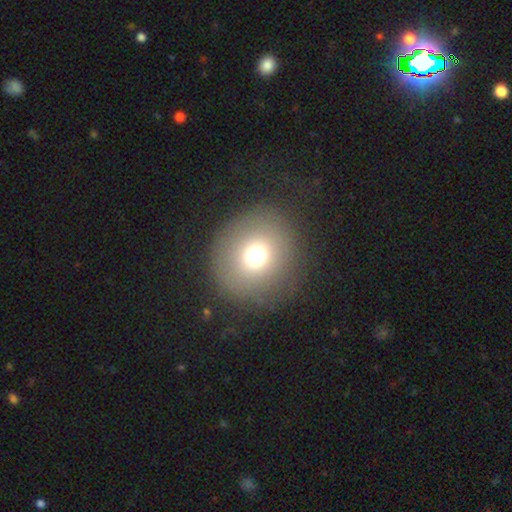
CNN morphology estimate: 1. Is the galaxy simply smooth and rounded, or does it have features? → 69% smooth, 18% star or artifact, 13% featured or disk.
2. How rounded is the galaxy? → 86% round, 13% in between, 1% cigar-shaped.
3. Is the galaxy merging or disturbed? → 84% none, 9% minor disturbance, 6% major disturbance, 2% merger.